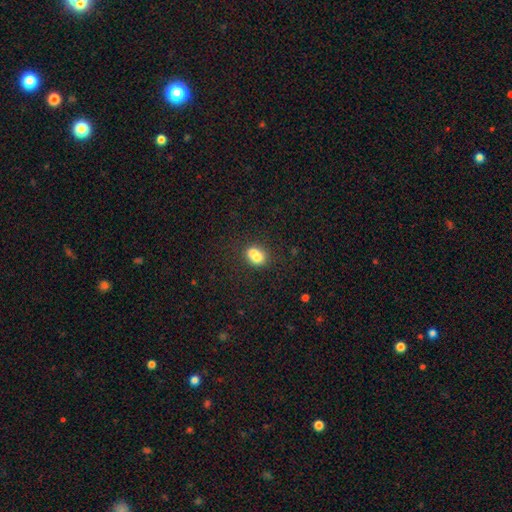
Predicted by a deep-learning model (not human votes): smooth-or-featured: smooth: 75% | featured or disk: 15% | star or artifact: 10%
  how-rounded: in between: 51% | round: 47% | cigar-shaped: 1%
  merging: merger: 42% | none: 41% | minor disturbance: 13% | major disturbance: 4%